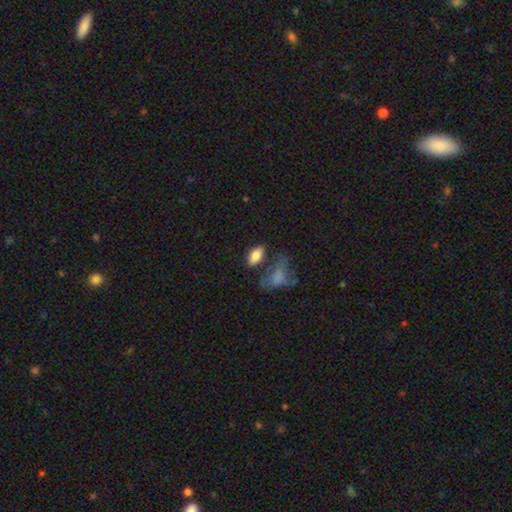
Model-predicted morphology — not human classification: This appears to be a smooth galaxy with no disk features (82%) that is in between round and cigar-shaped (89%). Merging: none (66%).